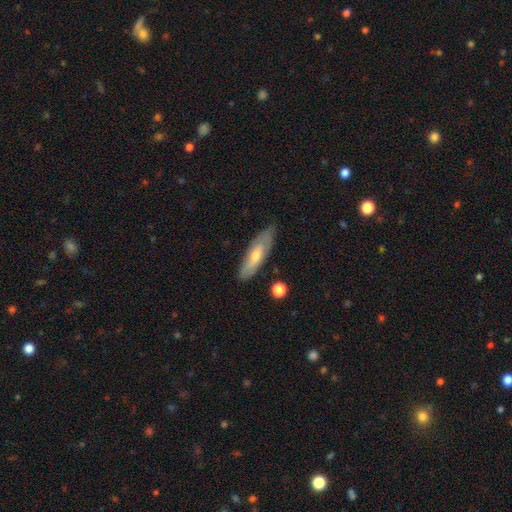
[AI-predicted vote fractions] Smooth or featured? featured or disk (48%)
Merging? none (76%)